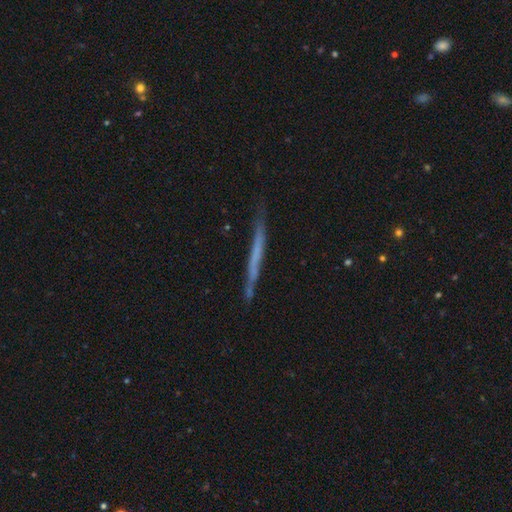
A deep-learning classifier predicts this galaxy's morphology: A featured or disk galaxy (51%) viewed edge-on (95%).

Vote fractions:
- Smooth or featured? featured or disk: 51% / smooth: 42% / star or artifact: 7%
- Edge-on disk? yes: 95% / no: 5%
- Merging? none: 80% / minor disturbance: 15% / major disturbance: 3% / merger: 2%